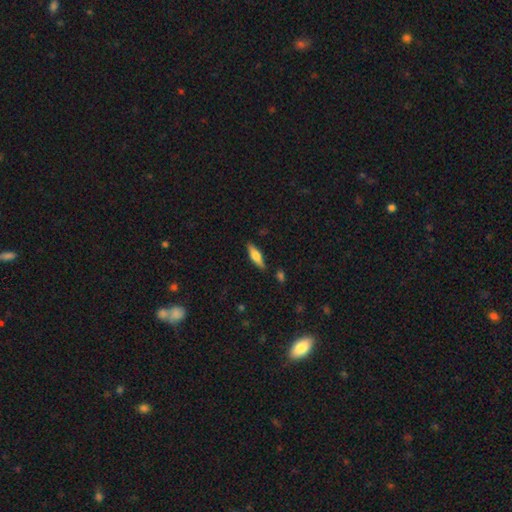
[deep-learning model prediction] Smooth or featured? Predicted: smooth (p=0.61). How rounded? Predicted: cigar-shaped (p=0.52). Merging? Predicted: none (p=0.84).